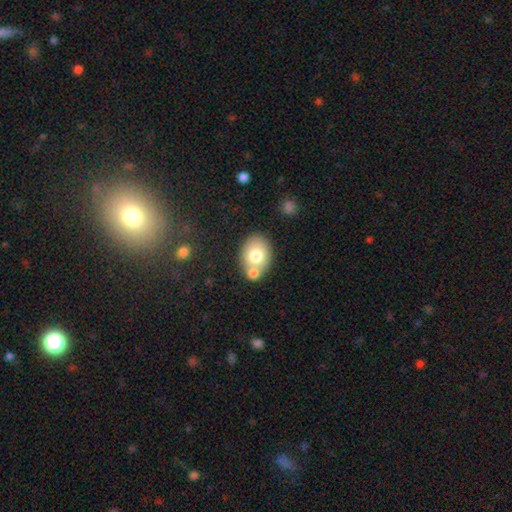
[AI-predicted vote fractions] Smooth or featured? smooth (74%)
How rounded? in between (68%)
Merging? none (57%)